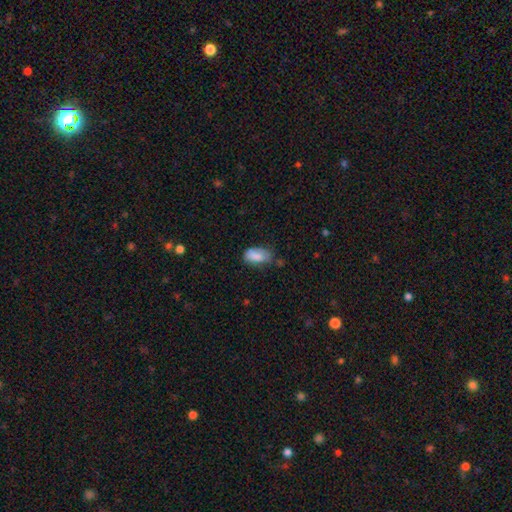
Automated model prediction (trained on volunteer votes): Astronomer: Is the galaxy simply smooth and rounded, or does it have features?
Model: smooth — 83%.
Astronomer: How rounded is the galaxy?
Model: in between — 91%.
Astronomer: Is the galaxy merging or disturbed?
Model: none — 57%.